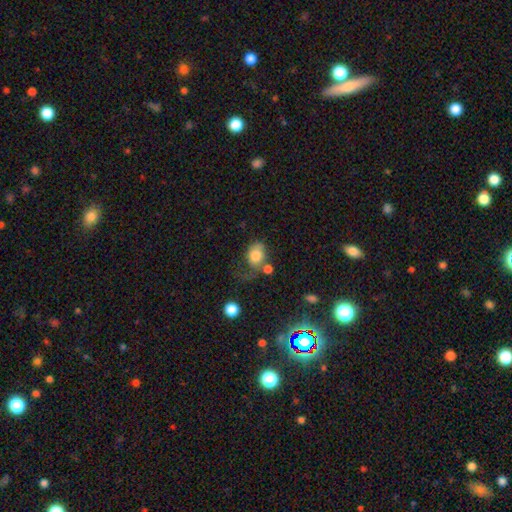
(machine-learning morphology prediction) smooth-or-featured: smooth: 77% | featured or disk: 14% | star or artifact: 9%
  how-rounded: in between: 61% | round: 37% | cigar-shaped: 1%
  merging: none: 33% | major disturbance: 27% | minor disturbance: 25% | merger: 15%